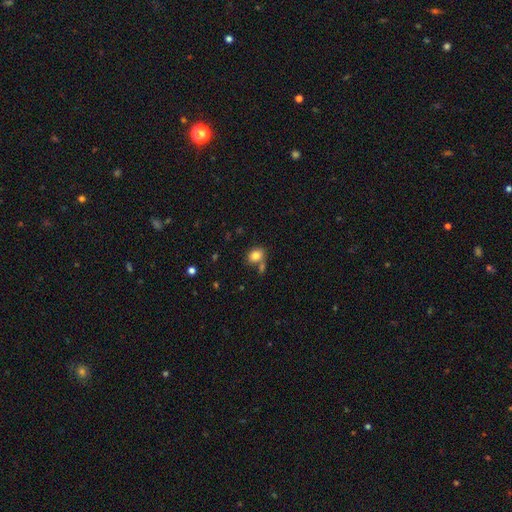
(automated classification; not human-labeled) A smooth galaxy with no disk features (81%) that is in between round and cigar-shaped (61%).

Vote fractions:
- Smooth or featured? smooth: 81% / star or artifact: 10% / featured or disk: 9%
- How rounded? in between: 61% / round: 38% / cigar-shaped: 1%
- Merging? none: 59% / merger: 23% / minor disturbance: 14% / major disturbance: 5%